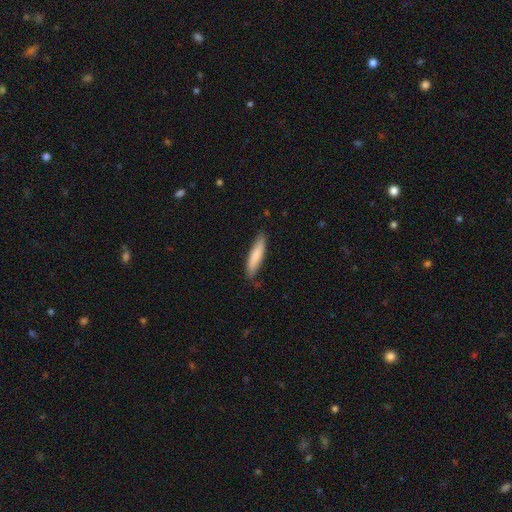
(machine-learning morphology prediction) Smooth or featured?
  - smooth: 81% *
  - featured or disk: 14%
  - star or artifact: 5%
How rounded?
  - cigar-shaped: 79% *
  - in between: 20%
  - round: 1%
Merging?
  - none: 83% *
  - minor disturbance: 14%
  - major disturbance: 2%
  - merger: 1%